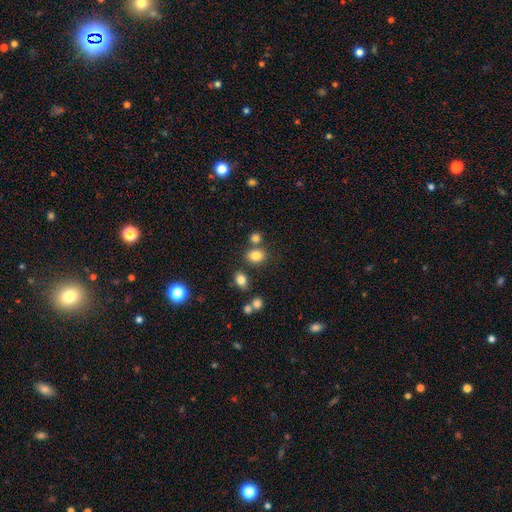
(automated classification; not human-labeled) Smooth or featured: smooth — 82% (star or artifact — 12%)
How rounded: round — 50% (in between — 48%)
Merging: none — 68% (merger — 18%)